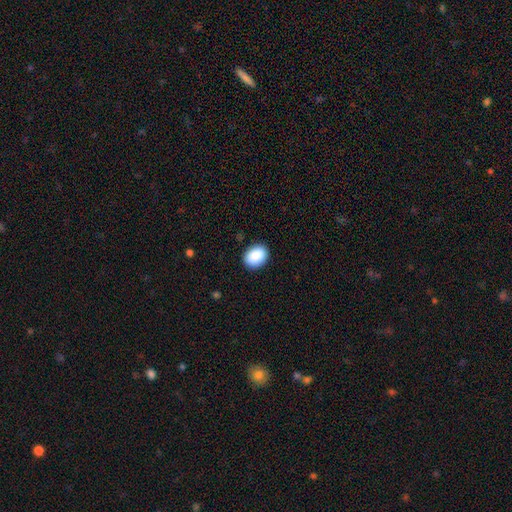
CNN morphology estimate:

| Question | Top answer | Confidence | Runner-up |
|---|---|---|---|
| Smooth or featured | smooth | 90% | star or artifact (7%) |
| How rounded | in between | 71% | round (28%) |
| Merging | none | 89% | minor disturbance (8%) |